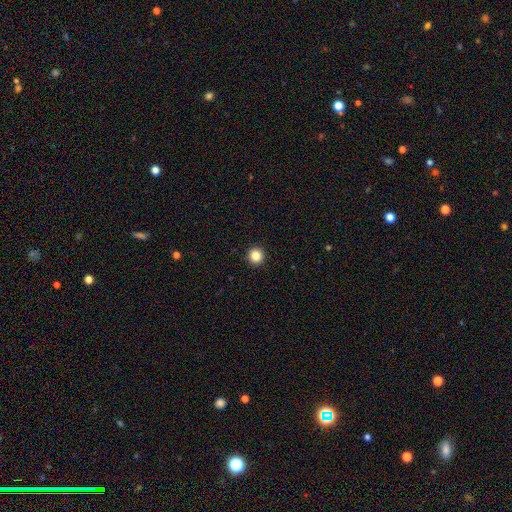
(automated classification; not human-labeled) smooth-or-featured: smooth: 85% | star or artifact: 11% | featured or disk: 4%
  how-rounded: round: 95% | in between: 4% | cigar-shaped: 1%
  merging: none: 94% | minor disturbance: 4% | major disturbance: 1% | merger: 1%